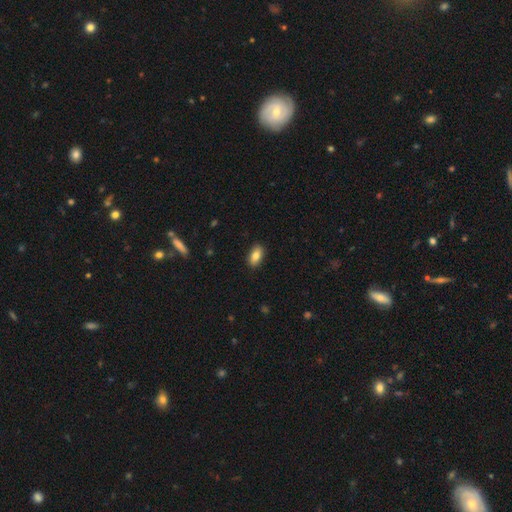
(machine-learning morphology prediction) Smooth or featured? Predicted: smooth (p=0.83). How rounded? Predicted: in between (p=0.91). Merging? Predicted: none (p=0.89).